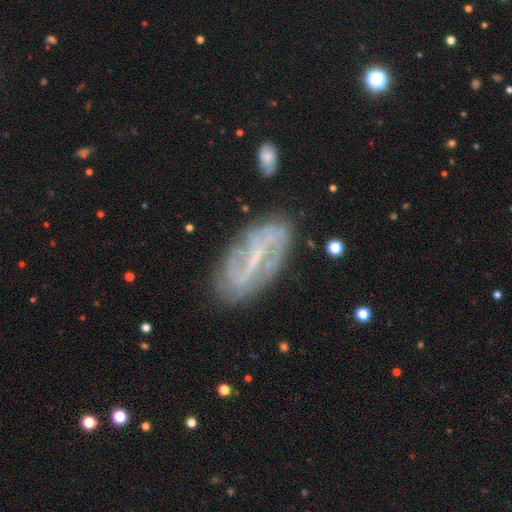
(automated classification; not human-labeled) Smooth or featured?
  - featured or disk: 73% *
  - smooth: 17%
  - star or artifact: 10%
Edge-on disk?
  - no: 89% *
  - yes: 11%
Bar?
  - strong: 51% *
  - weak: 33%
  - no: 16%
Spiral arms?
  - yes: 79% *
  - no: 21%
Spiral winding?
  - medium: 36% * (tied)
  - tight: 36% * (tied)
  - loose: 28%
Spiral arm count?
  - 2: 70% *
  - can't tell: 19%
  - 3: 3%
  - 1: 3%
  - 4: 2%
  - more than 4: 2%
Bulge size?
  - small: 58% *
  - none: 27%
  - moderate: 12%
  - large: 2%
  - dominant: 1%
Merging?
  - none: 80% *
  - minor disturbance: 13%
  - major disturbance: 5%
  - merger: 2%